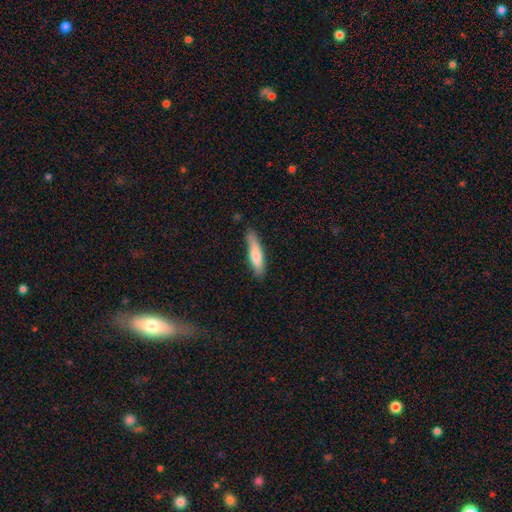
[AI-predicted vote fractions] smooth-or-featured: smooth: 72% | featured or disk: 22% | star or artifact: 5%
  how-rounded: cigar-shaped: 80% | in between: 18% | round: 1%
  merging: none: 75% | minor disturbance: 20% | major disturbance: 3% | merger: 2%